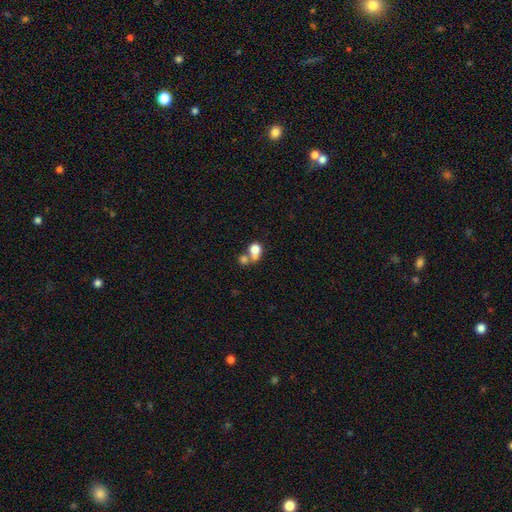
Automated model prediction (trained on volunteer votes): Q: Smooth or featured?
A: smooth (68%); runner-up: featured or disk (17%)
Q: How rounded?
A: round (53%); runner-up: in between (44%)
Q: Merging?
A: merger (55%); runner-up: none (31%)